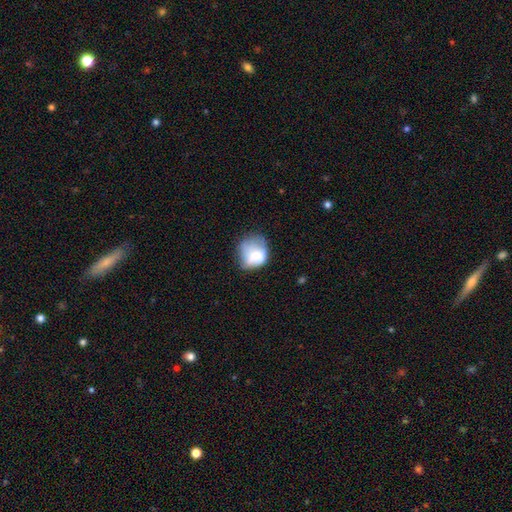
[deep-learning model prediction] smooth-or-featured: smooth: 69% | featured or disk: 22% | star or artifact: 9%
  how-rounded: round: 62% | in between: 37% | cigar-shaped: 1%
  merging: none: 37% | minor disturbance: 35% | major disturbance: 23% | merger: 5%